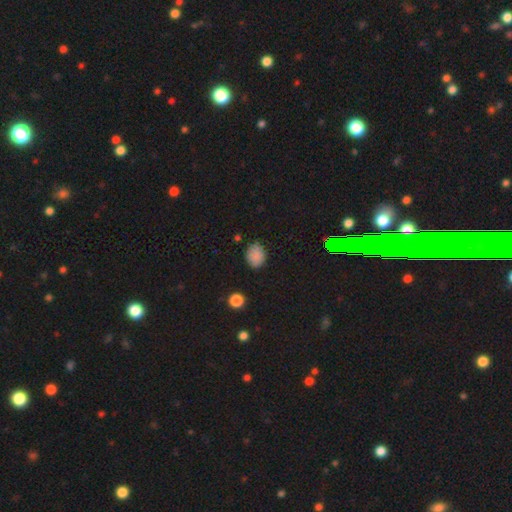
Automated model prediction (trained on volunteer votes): The model was most divided on "how rounded": round: 51%, in between: 48%, cigar-shaped: 1%. More confident: smooth or featured — smooth (84%); merging — none (76%).